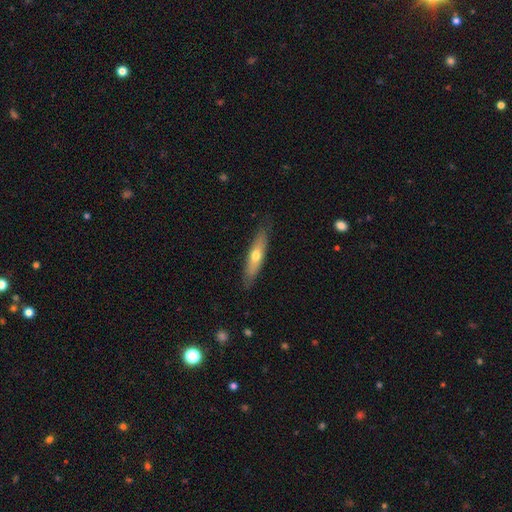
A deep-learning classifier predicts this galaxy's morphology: A smooth galaxy with no disk features (54%) that is cigar-shaped (74%). Merging: none (83%).